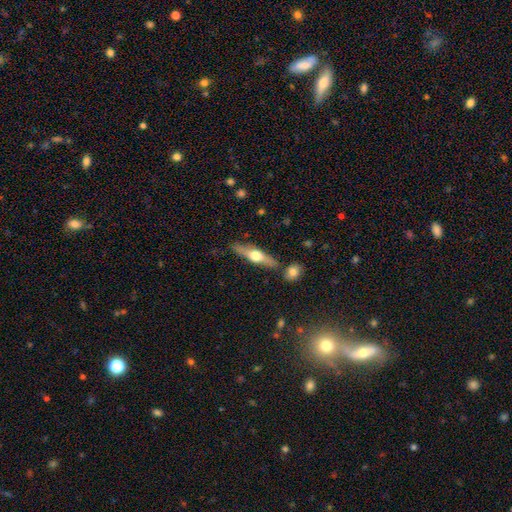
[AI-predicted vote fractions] A featured or disk galaxy (60%) viewed edge-on (94%) with a rounded central bulge (95%). Merging: none (82%).